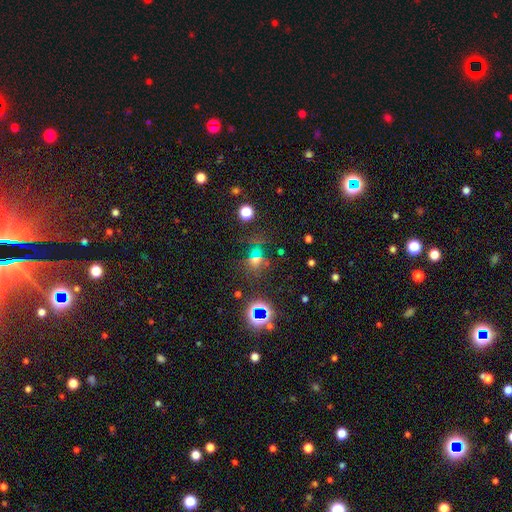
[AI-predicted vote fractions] A star or artifact, not a galaxy (46%).

Vote fractions:
- Smooth or featured? star or artifact: 46% / smooth: 40% / featured or disk: 14%